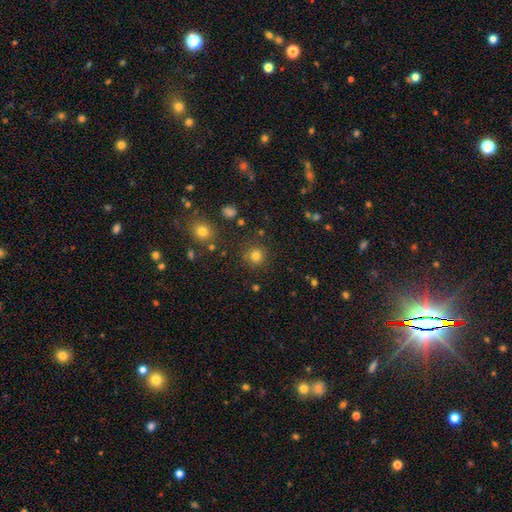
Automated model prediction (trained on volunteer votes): Q: Smooth or featured?
A: smooth (79%); runner-up: star or artifact (15%)
Q: How rounded?
A: round (94%); runner-up: in between (5%)
Q: Merging?
A: none (88%); runner-up: minor disturbance (7%)